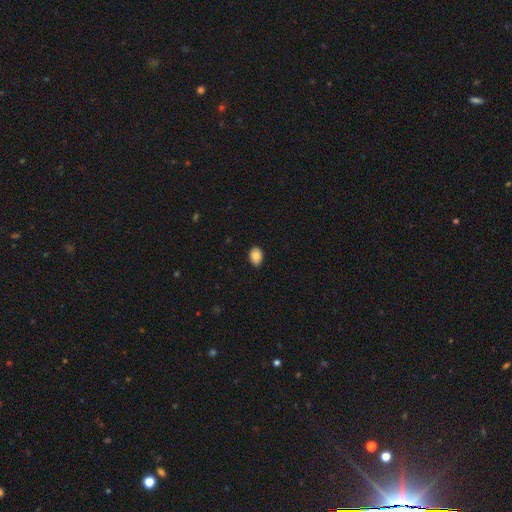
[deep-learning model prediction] A smooth galaxy with no disk features (83%) that is in between round and cigar-shaped (74%).

Vote fractions:
- Smooth or featured? smooth: 83% / featured or disk: 9% / star or artifact: 8%
- How rounded? in between: 74% / round: 25% / cigar-shaped: 1%
- Merging? none: 88% / minor disturbance: 10% / major disturbance: 2% / merger: 1%